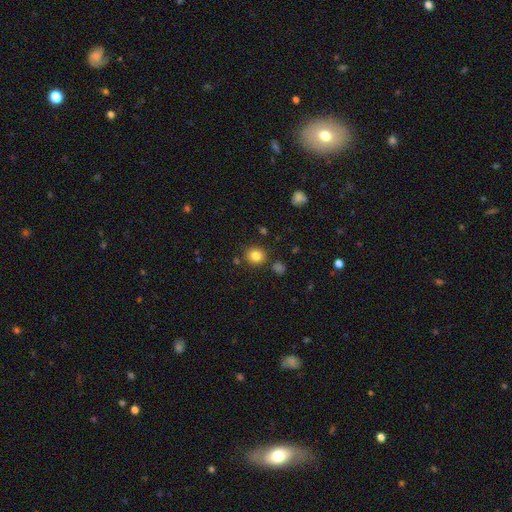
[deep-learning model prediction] smooth_or_featured: smooth (p=0.82) [alt: star or artifact p=0.12]
how_rounded: round (p=0.81) [alt: in between p=0.18]
merging: none (p=0.84) [alt: minor disturbance p=0.09]